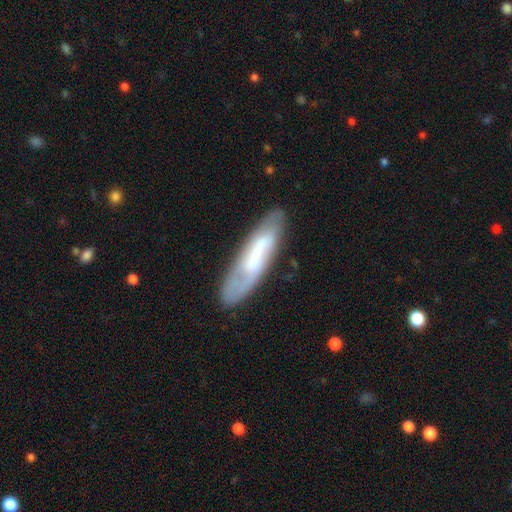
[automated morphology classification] Smooth or featured? featured or disk (50%)
Edge-on disk? no (70%)
Merging? none (71%)